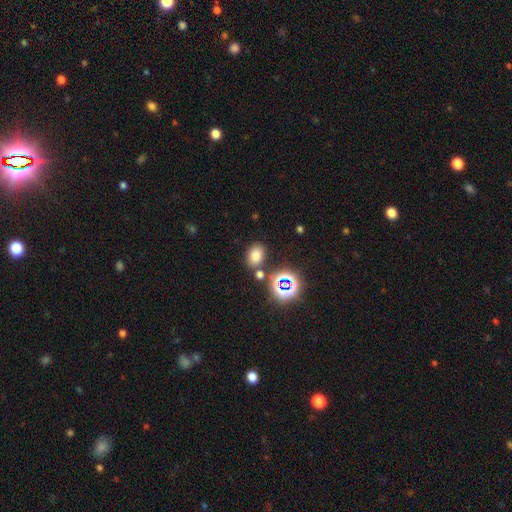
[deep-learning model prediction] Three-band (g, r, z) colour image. It shows a smooth galaxy with no disk features (71%) that is in between round and cigar-shaped (66%). Merging: none (76%).